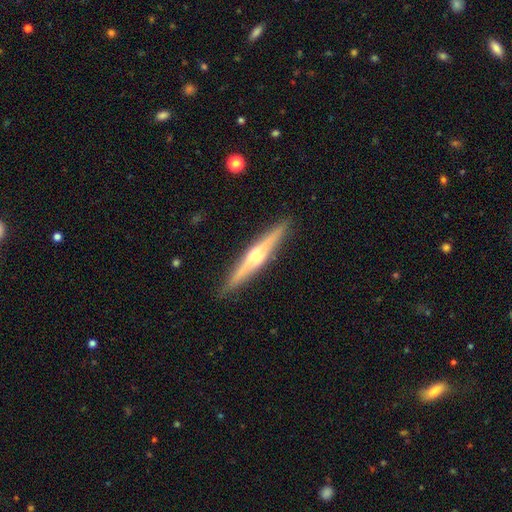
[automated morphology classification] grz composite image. It shows a featured or disk galaxy (73%) viewed edge-on (97%) with a rounded central bulge (89%). Merging: none (91%).